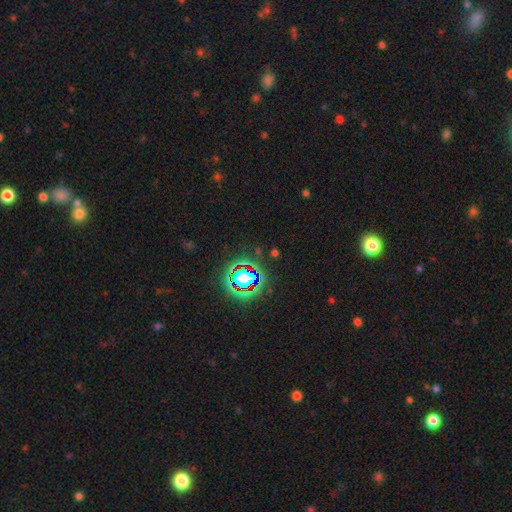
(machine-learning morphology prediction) A star or artifact, not a galaxy (79%).

Vote fractions:
- Smooth or featured? star or artifact: 79% / smooth: 13% / featured or disk: 8%